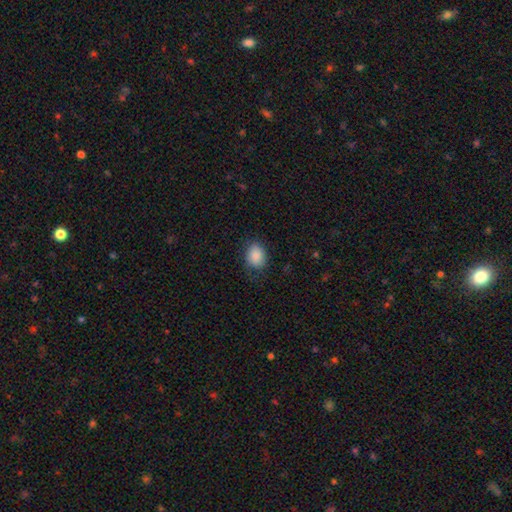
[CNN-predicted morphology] Smooth or featured?
  - smooth: 88% *
  - star or artifact: 8%
  - featured or disk: 4%
How rounded?
  - in between: 61% *
  - round: 38%
  - cigar-shaped: 1%
Merging?
  - none: 77% *
  - minor disturbance: 17%
  - major disturbance: 5%
  - merger: 1%